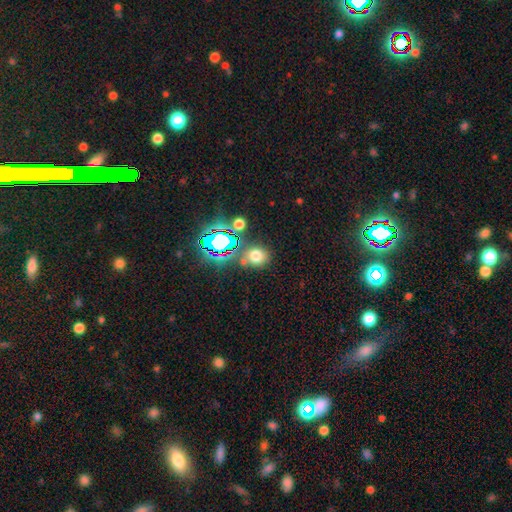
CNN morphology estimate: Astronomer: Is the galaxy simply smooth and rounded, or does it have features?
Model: smooth — 66%.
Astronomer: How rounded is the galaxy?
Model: round — 70%.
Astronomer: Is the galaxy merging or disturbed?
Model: none — 71%.